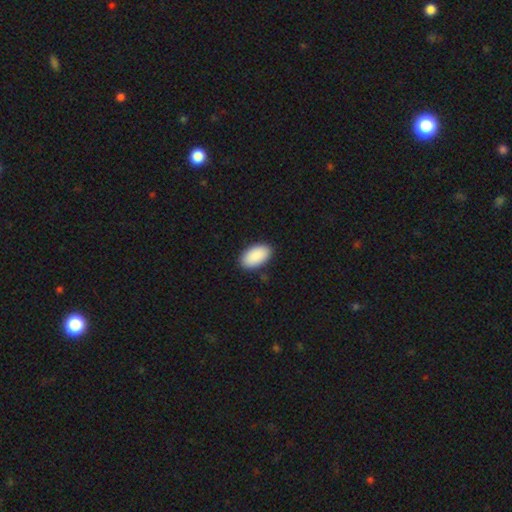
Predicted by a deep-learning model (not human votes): smooth_or_featured: smooth (p=0.91) [alt: star or artifact p=0.06]
how_rounded: in between (p=0.96) [alt: round p=0.02]
merging: none (p=0.89) [alt: minor disturbance p=0.09]